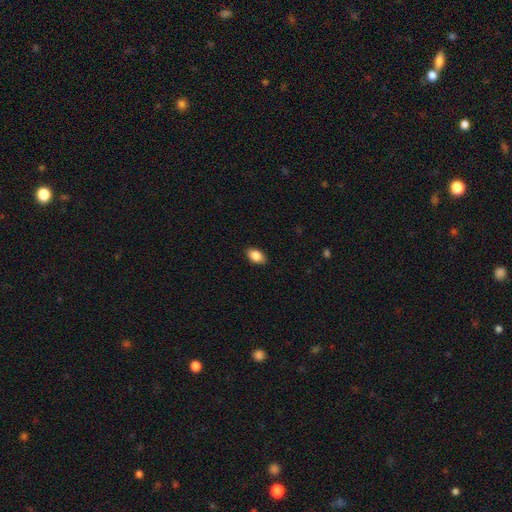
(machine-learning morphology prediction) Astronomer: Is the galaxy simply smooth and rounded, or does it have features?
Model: smooth — 87%.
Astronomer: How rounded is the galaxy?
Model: in between — 90%.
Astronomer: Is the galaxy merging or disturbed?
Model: none — 89%.